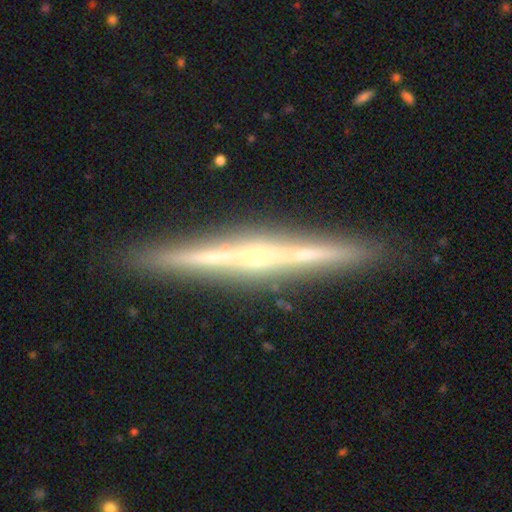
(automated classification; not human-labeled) Smooth or featured: featured or disk — 83% (smooth — 11%)
Edge-on disk: yes — 98% (no — 2%)
Edge-on bulge: rounded — 54% (none — 36%)
Merging: none — 92% (minor disturbance — 6%)